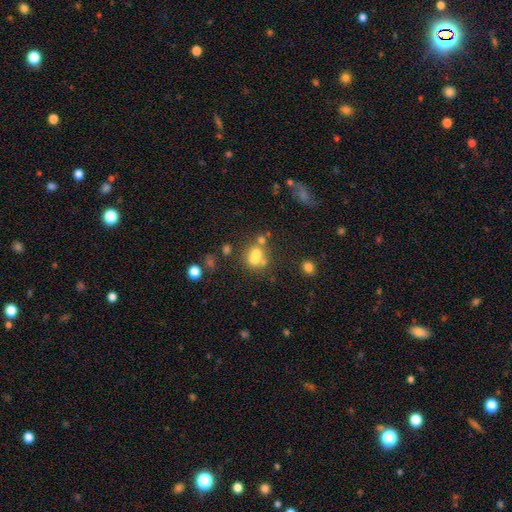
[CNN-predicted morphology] A smooth galaxy with no disk features (60%) that is round (59%).

Vote fractions:
- Smooth or featured? smooth: 60% / featured or disk: 23% / star or artifact: 17%
- How rounded? round: 59% / in between: 39% / cigar-shaped: 2%
- Merging? merger: 48% / none: 35% / minor disturbance: 10% / major disturbance: 7%